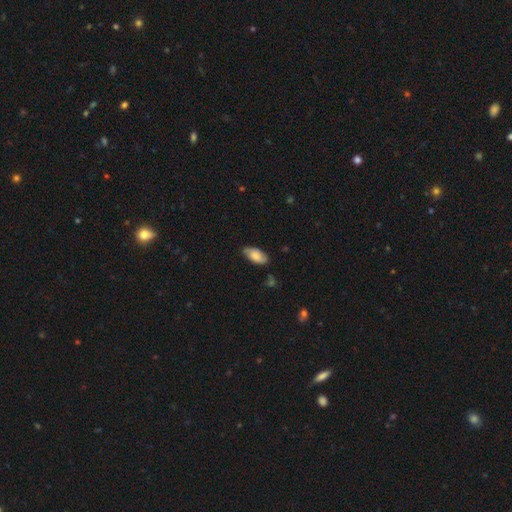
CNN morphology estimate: type=smooth (72%); roundness=in between (92%); merging=none (73%).